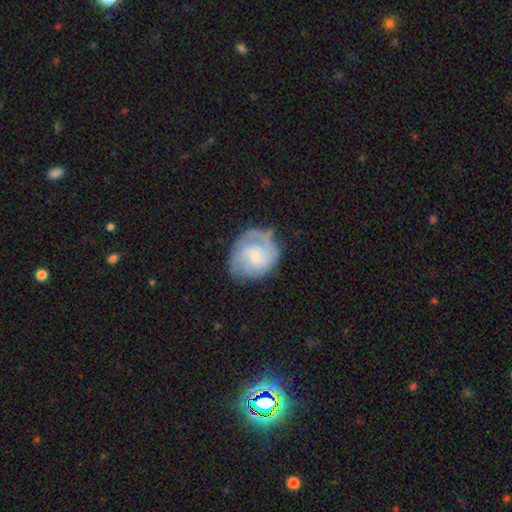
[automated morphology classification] This is likely a featured or disk galaxy (64%). It is clearly not viewed edge-on (98%). Bar: likely no (60%). Spiral arm pattern: clearly yes (84%). Spiral arm count: marginally can't tell (36%). Spiral winding: possibly tight (48%). Central bulge: likely small (61%). Merging: likely none (61%).